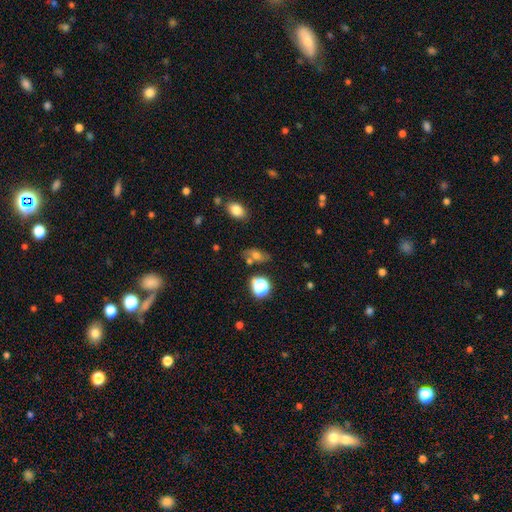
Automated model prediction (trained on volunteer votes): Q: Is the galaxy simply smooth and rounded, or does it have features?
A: smooth — 51%.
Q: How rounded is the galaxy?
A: in between — 70%.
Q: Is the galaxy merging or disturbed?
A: none — 69%.